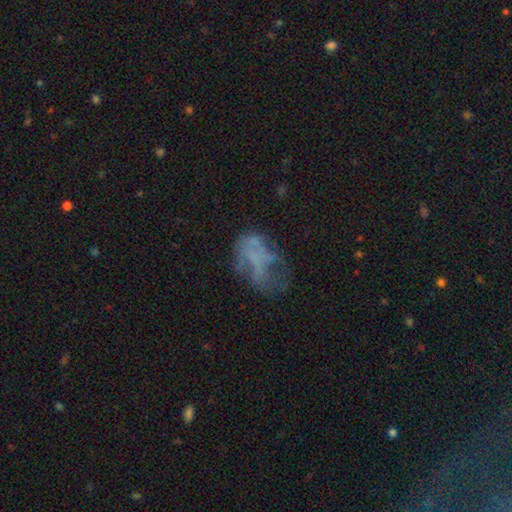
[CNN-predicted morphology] type=featured or disk (46%); merging=none (38%).